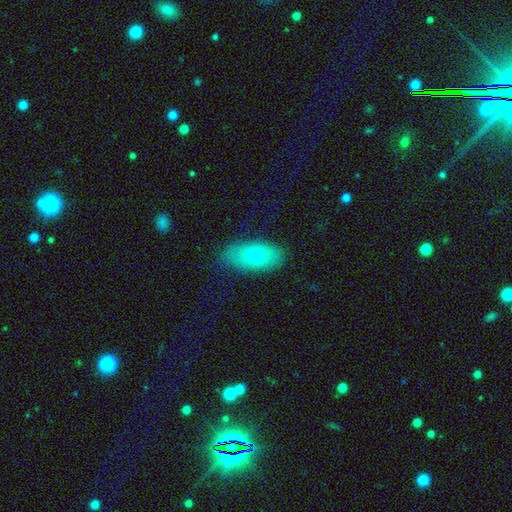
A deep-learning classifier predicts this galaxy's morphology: Overall: smooth (70%). How rounded: in between (89%). Merging: none (74%).